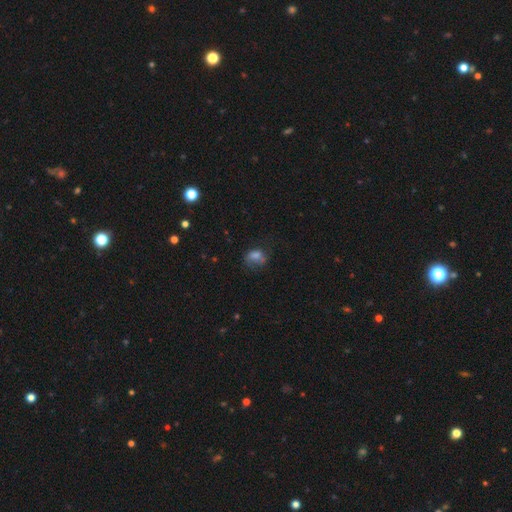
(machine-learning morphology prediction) Overall: smooth (65%). How rounded: in between (62%; round 37%). Merging: none (39%; major disturbance 30%).